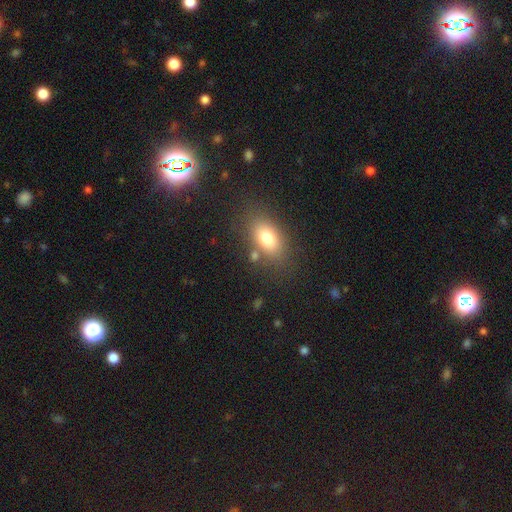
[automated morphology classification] Smooth or featured? Predicted: smooth (p=0.73). How rounded? Predicted: in between (p=0.82). Merging? Predicted: none (p=0.79).